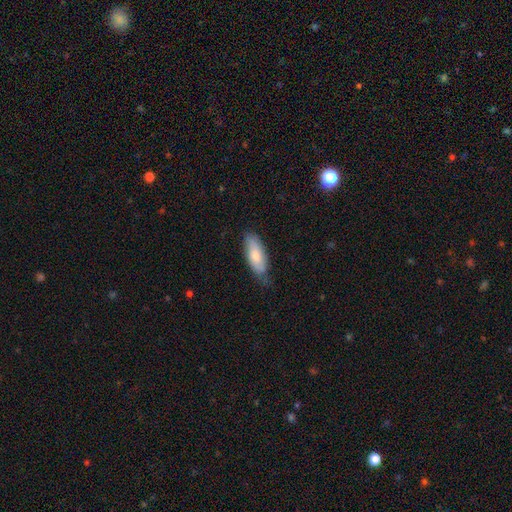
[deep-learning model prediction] The model was most divided on "merging": none: 71%, minor disturbance: 24%, major disturbance: 4%, merger: 1%. More confident: smooth or featured — smooth (77%); how rounded — in between (76%).